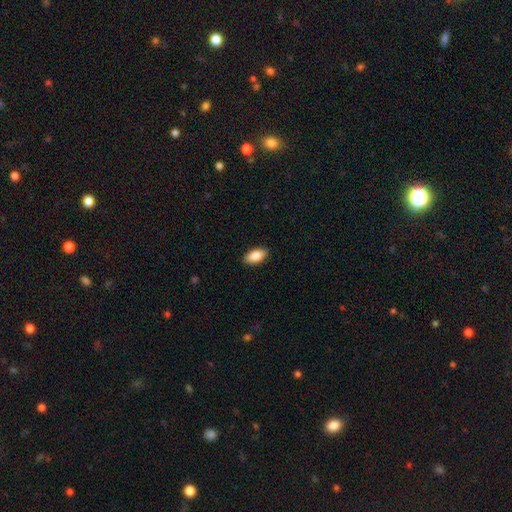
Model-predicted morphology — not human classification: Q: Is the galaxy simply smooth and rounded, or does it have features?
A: smooth — 85%.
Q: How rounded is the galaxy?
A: in between — 92%.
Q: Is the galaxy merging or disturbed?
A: none — 89%.